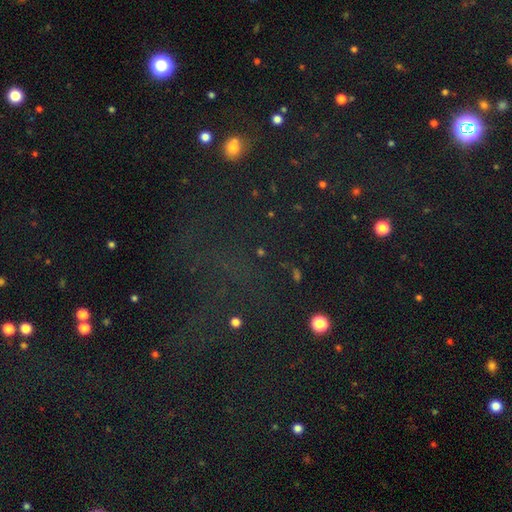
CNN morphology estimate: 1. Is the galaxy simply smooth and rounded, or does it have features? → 69% star or artifact, 20% smooth, 11% featured or disk.